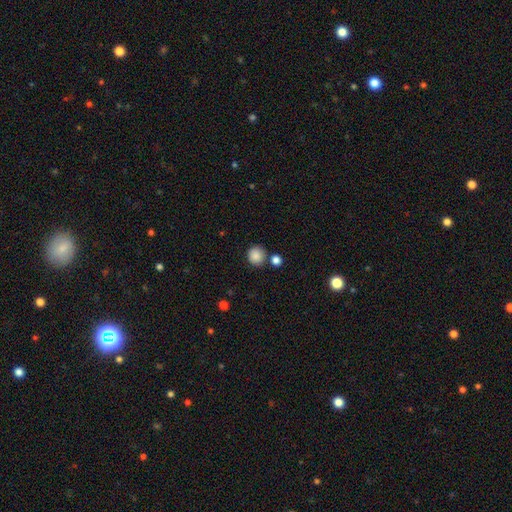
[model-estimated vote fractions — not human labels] Q: Smooth or featured?
A: smooth (86%); runner-up: star or artifact (10%)
Q: How rounded?
A: round (90%); runner-up: in between (9%)
Q: Merging?
A: none (78%); runner-up: minor disturbance (10%)